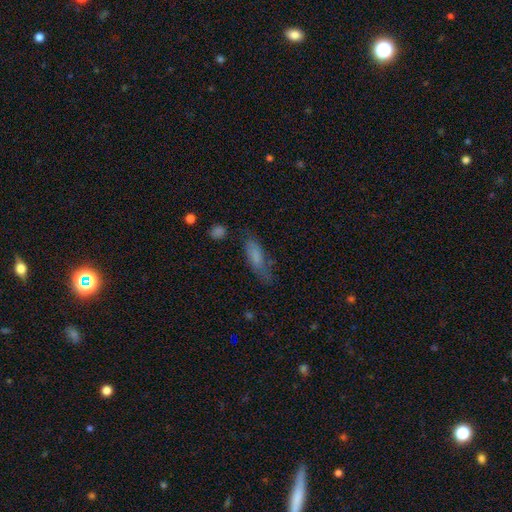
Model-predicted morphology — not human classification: Smooth or featured: smooth — 71% (featured or disk — 20%)
How rounded: in between — 53% (cigar-shaped — 44%)
Merging: none — 63% (minor disturbance — 24%)